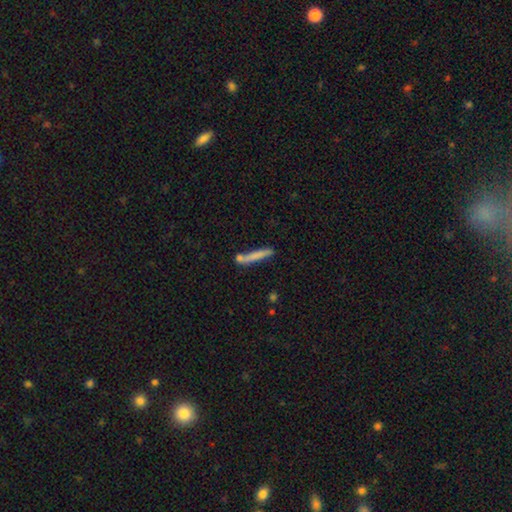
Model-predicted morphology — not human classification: This appears to be a smooth galaxy with no disk features (69%) that is cigar-shaped (93%). Merging: none (66%).